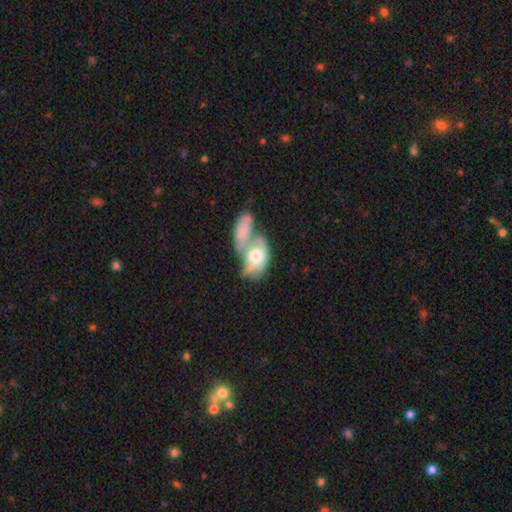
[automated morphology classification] This appears to be a smooth galaxy with no disk features (50%). Merging: merger (62%).